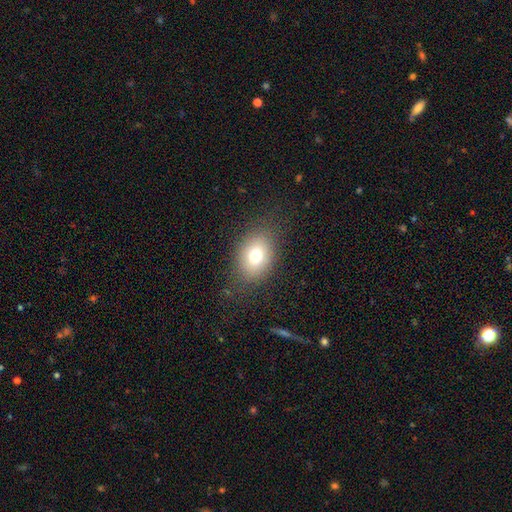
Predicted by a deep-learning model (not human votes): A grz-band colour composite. It shows a smooth galaxy with no disk features (74%) that is in between round and cigar-shaped (68%). Merging: none (81%).